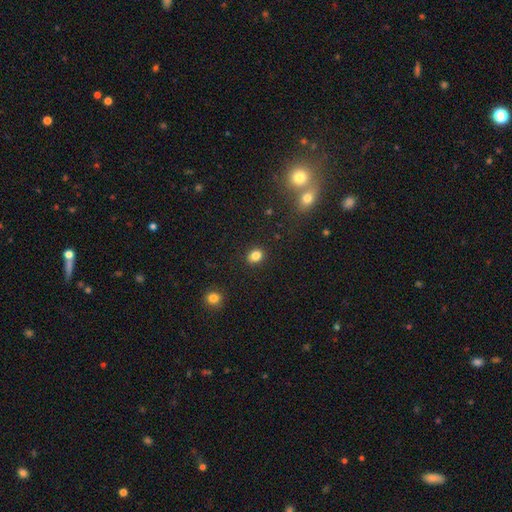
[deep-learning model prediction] Smooth or featured? smooth (83%)
How rounded? round (59%)
Merging? none (89%)